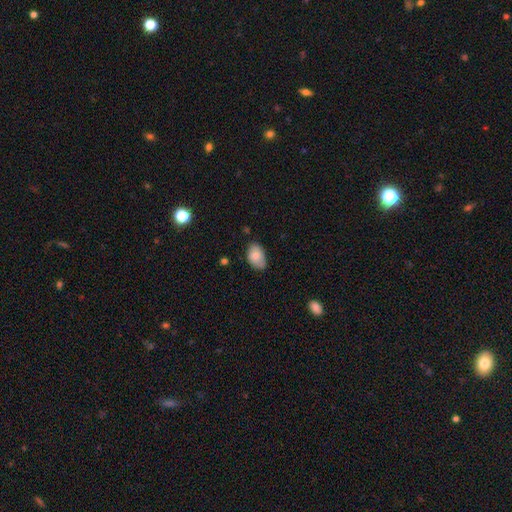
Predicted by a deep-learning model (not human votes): Smooth or featured? Predicted: smooth (p=0.78). How rounded? Predicted: in between (p=0.91). Merging? Predicted: none (p=0.70).